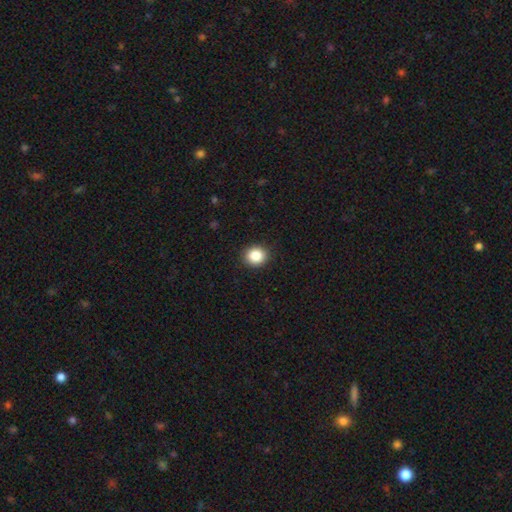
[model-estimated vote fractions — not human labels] smooth_or_featured: smooth (p=0.87) [alt: star or artifact p=0.09]
how_rounded: round (p=0.82) [alt: in between p=0.17]
merging: none (p=0.91) [alt: minor disturbance p=0.07]